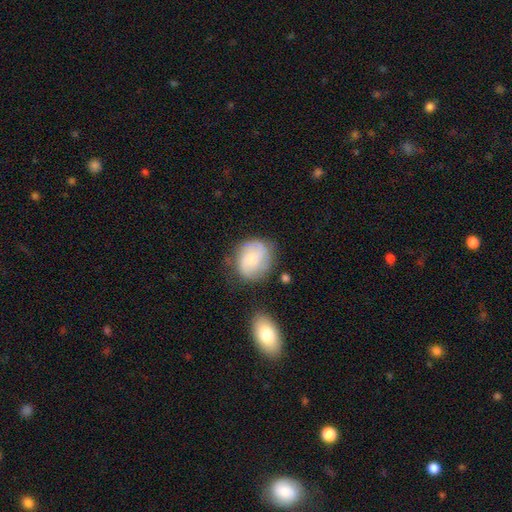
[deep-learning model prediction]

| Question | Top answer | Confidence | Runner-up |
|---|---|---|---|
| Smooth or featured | featured or disk | 53% | smooth (37%) |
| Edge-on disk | no | 97% | yes (3%) |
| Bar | no | 61% | weak (33%) |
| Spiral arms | yes | 86% | no (14%) |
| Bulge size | small | 48% | moderate (44%) |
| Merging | none | 70% | minor disturbance (19%) |